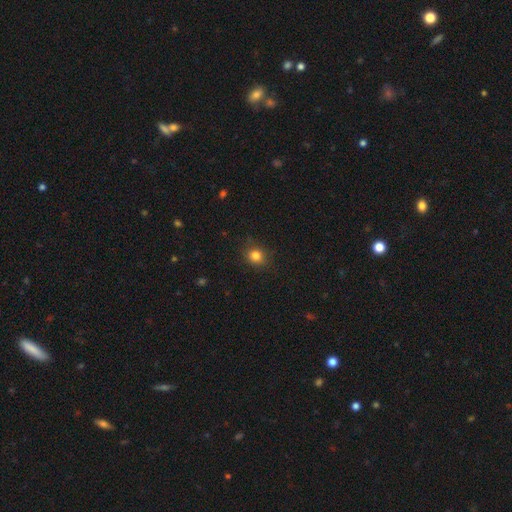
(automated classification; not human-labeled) Overall: smooth (82%). How rounded: round (77%). Merging: none (85%).